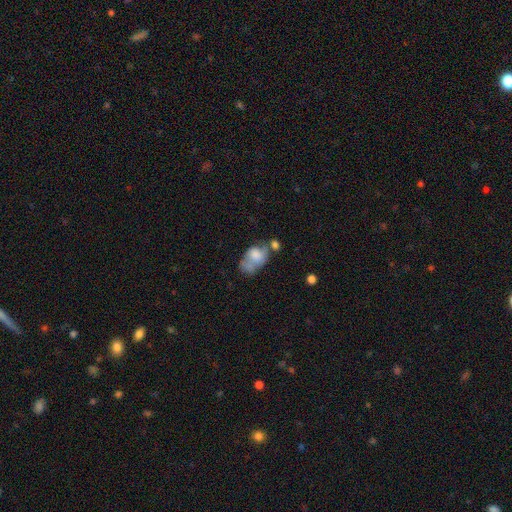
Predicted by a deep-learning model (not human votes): Smooth or featured? smooth (64%)
How rounded? in between (82%)
Merging? merger (36%)